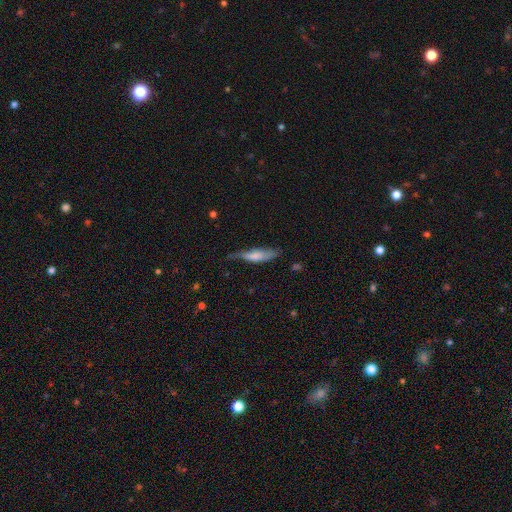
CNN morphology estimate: type=smooth (60%); roundness=cigar-shaped (68%); merging=none (44%).